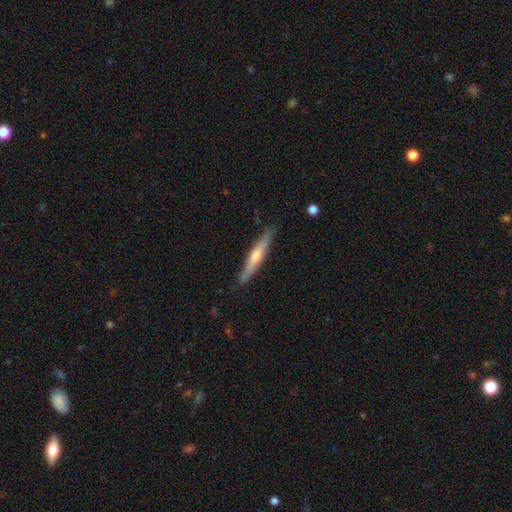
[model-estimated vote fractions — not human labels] Morphology: type=featured or disk (52%); edge-on=yes (95%); merging=none (87%).